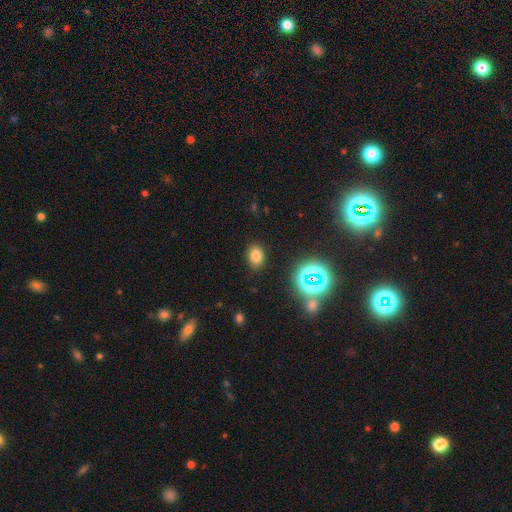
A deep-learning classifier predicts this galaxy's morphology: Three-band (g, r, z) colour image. It shows a smooth galaxy with no disk features (74%) that is in between round and cigar-shaped (69%). Merging: none (86%).